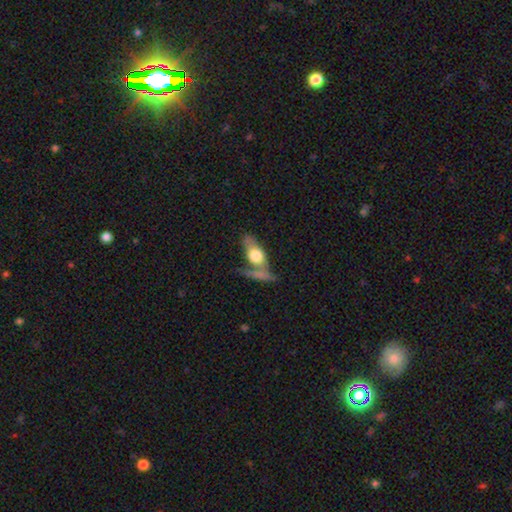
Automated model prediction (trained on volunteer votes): This appears to be a smooth galaxy with no disk features (58%) that is in between round and cigar-shaped (71%). Merging: none (36%).